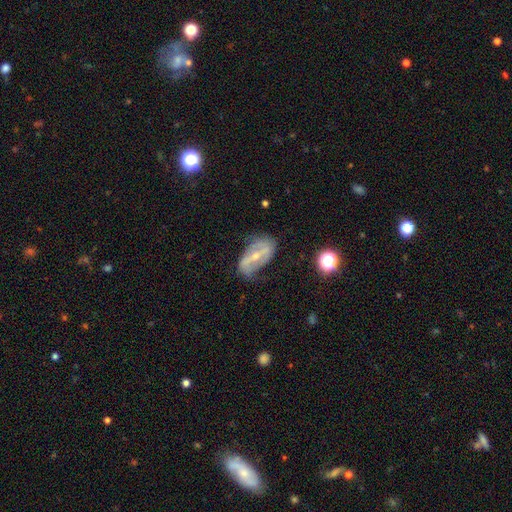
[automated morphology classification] featured or disk 77%, smooth 16%, star or artifact 8%. Down the decision tree: edge-on disk — no (91%); bar — strong (61%); spiral arms — yes (74%); spiral arm count — 2 (78%); spiral winding — medium (38%); bulge size — small (58%); merging — none (64%).